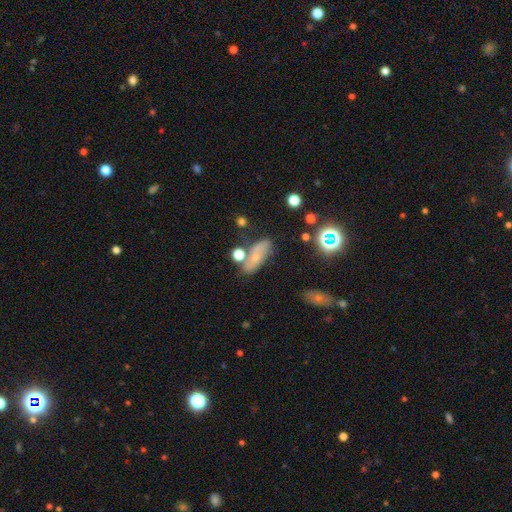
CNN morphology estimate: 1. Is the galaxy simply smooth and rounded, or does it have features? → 56% smooth, 29% featured or disk, 15% star or artifact.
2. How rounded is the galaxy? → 72% in between, 20% cigar-shaped, 8% round.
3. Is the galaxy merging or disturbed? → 57% none, 21% minor disturbance, 14% merger, 8% major disturbance.